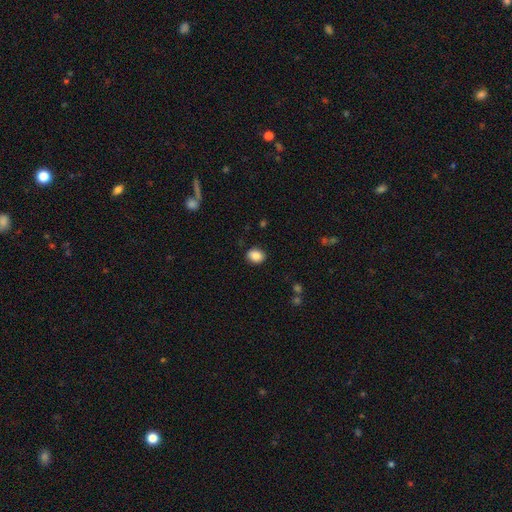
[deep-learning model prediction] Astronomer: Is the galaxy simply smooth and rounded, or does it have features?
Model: smooth — 88%.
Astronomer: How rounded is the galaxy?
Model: in between — 56% (runner-up: round, 44%).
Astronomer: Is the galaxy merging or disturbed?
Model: none — 87%.